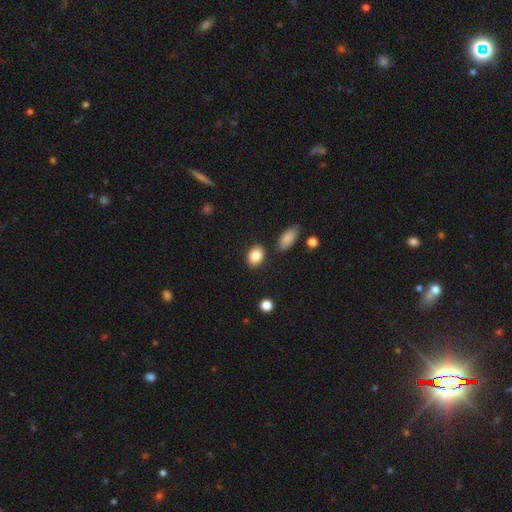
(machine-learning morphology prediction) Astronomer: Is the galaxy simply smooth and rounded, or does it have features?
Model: smooth — 85%.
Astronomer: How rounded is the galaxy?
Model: in between — 65%.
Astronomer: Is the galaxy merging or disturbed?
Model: none — 84%.